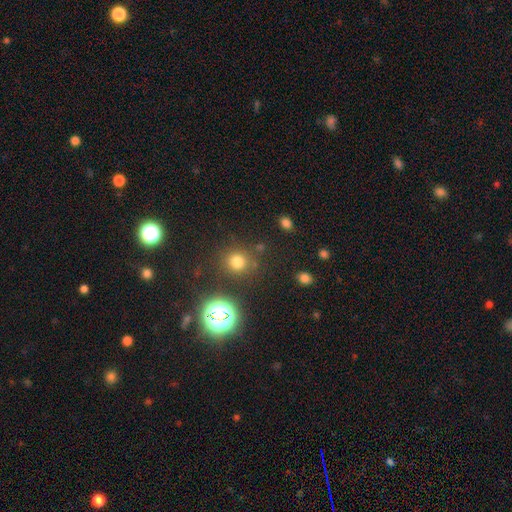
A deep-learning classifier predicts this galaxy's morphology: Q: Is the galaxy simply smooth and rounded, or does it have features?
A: smooth — 50%.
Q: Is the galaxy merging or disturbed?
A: none — 85%.